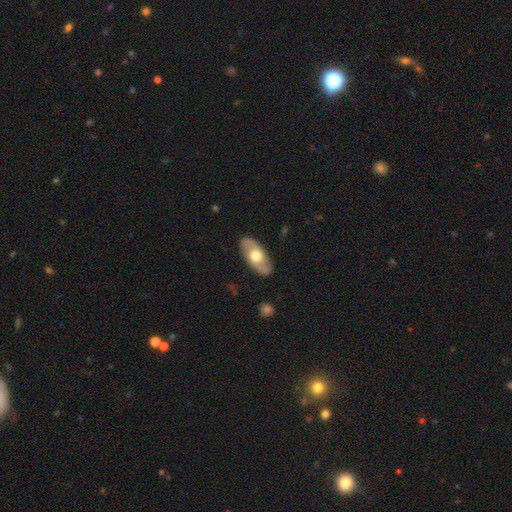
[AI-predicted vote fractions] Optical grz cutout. It shows a featured or disk galaxy (55%). Merging: none (87%).